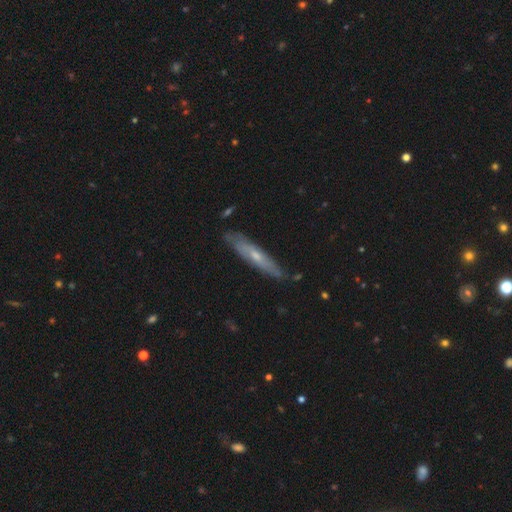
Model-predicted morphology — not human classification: Smooth or featured? featured or disk (58%)
Edge-on disk? yes (71%)
Merging? none (80%)